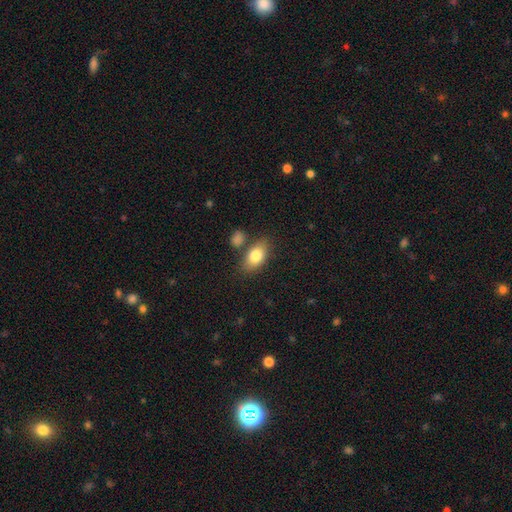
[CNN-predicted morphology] smooth_or_featured: smooth (p=0.80) [alt: featured or disk p=0.13]
how_rounded: in between (p=0.88) [alt: round p=0.08]
merging: none (p=0.72) [alt: minor disturbance p=0.14]